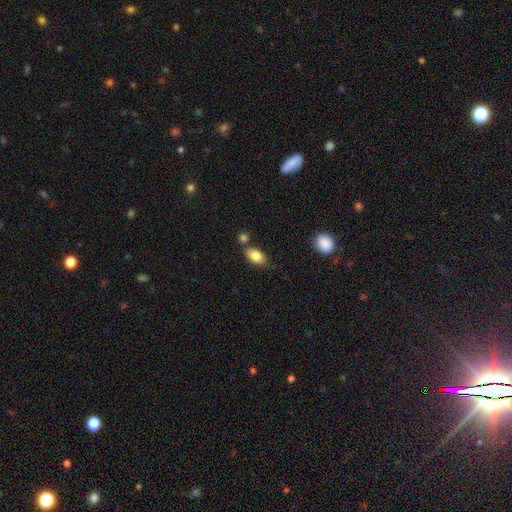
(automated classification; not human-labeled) This appears to be a smooth galaxy with no disk features (83%) that is in between round and cigar-shaped (87%). Merging: none (64%).